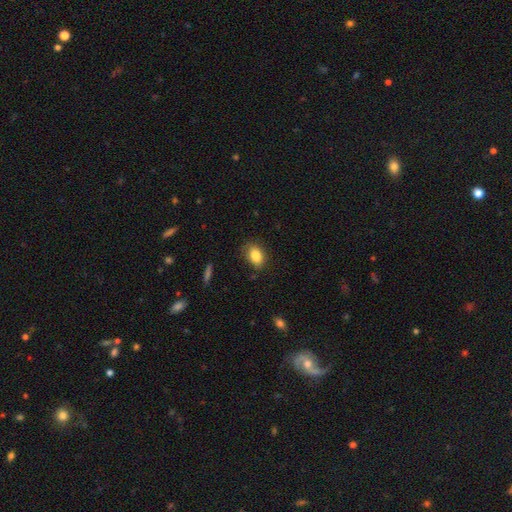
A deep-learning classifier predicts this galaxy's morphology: type=smooth (84%); roundness=in between (83%); merging=none (77%).